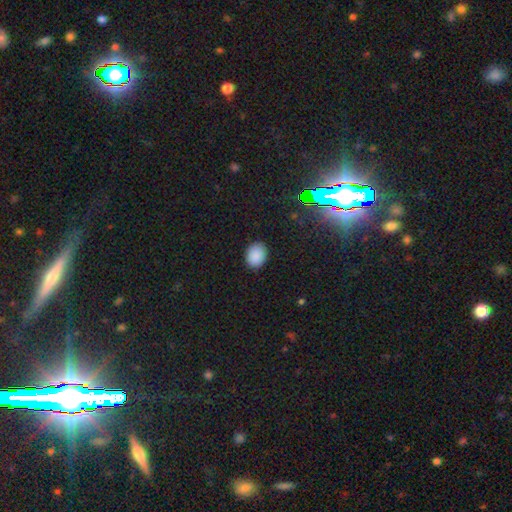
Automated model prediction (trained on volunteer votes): smooth 88%, star or artifact 9%, featured or disk 3%. Down the decision tree: how rounded — in between (56%); merging — none (88%).